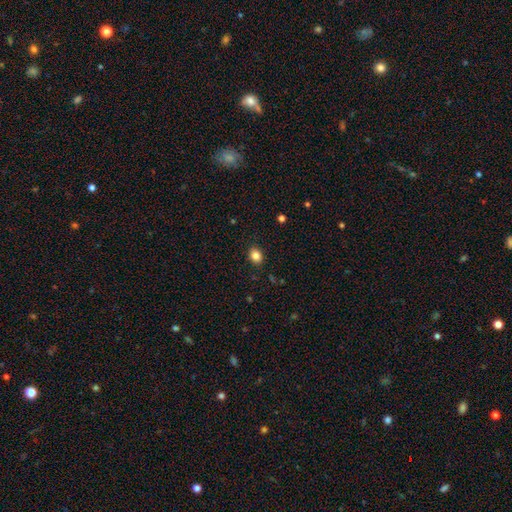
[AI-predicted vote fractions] Smooth or featured? smooth (84%)
How rounded? round (52%)
Merging? none (89%)